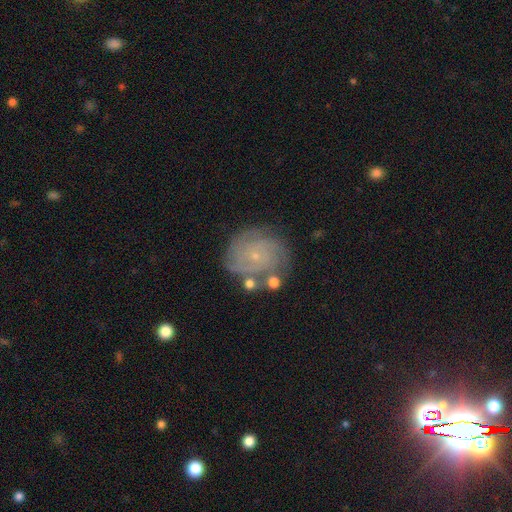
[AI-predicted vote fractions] Smooth or featured? featured or disk (75%)
Edge-on disk? no (98%)
Bar? no (80%)
Spiral arms? yes (93%)
Spiral winding? tight (72%)
Spiral arm count? can't tell (33%)
Bulge size? small (86%)
Merging? none (73%)